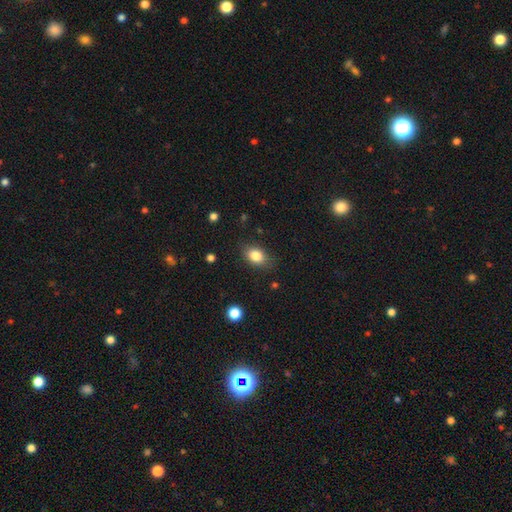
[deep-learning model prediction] This appears to be a smooth galaxy with no disk features (83%) that is in between round and cigar-shaped (78%). Merging: none (81%).